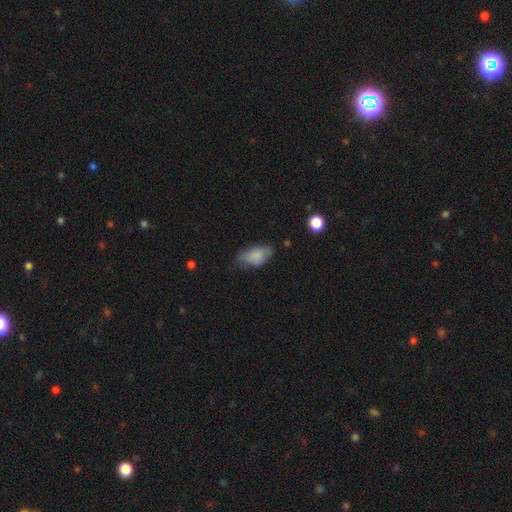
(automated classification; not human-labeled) smooth-or-featured: smooth: 80% | featured or disk: 12% | star or artifact: 8%
  how-rounded: in between: 92% | cigar-shaped: 4% | round: 4%
  merging: none: 54% | minor disturbance: 34% | major disturbance: 10% | merger: 2%